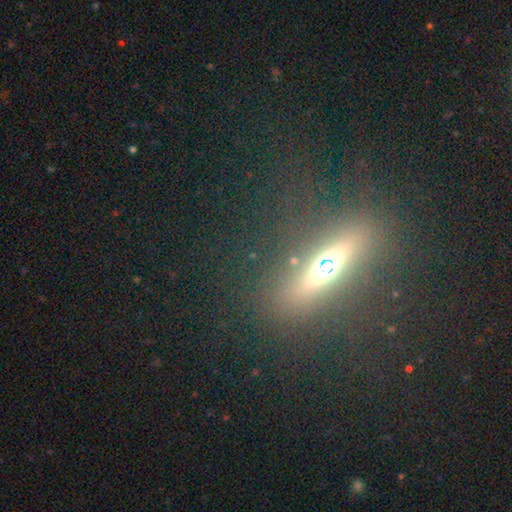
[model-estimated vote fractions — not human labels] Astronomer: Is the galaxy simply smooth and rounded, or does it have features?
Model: featured or disk — 55%.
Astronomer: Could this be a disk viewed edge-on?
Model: yes — 86%.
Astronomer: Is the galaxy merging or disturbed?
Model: none — 82%.